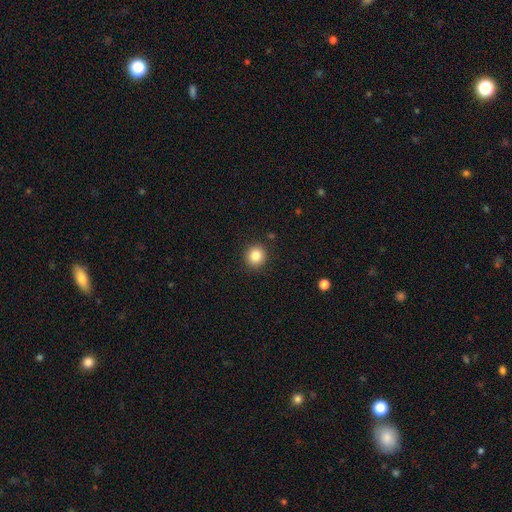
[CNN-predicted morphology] A smooth galaxy with no disk features (84%) that is round (91%).

Vote fractions:
- Smooth or featured? smooth: 84% / star or artifact: 10% / featured or disk: 6%
- How rounded? round: 91% / in between: 8% / cigar-shaped: 1%
- Merging? none: 91% / minor disturbance: 6% / major disturbance: 2% / merger: 1%